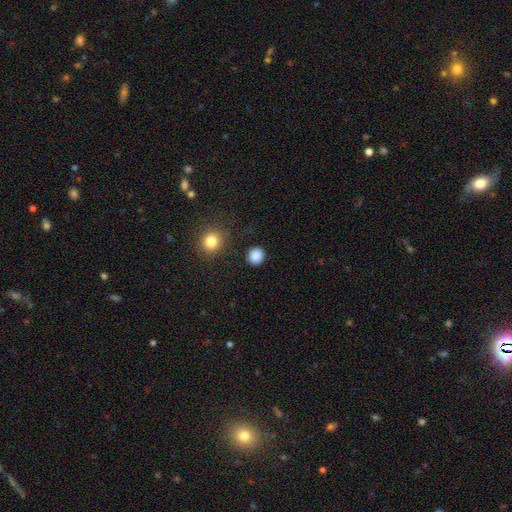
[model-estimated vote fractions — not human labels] smooth_or_featured: smooth (p=0.87) [alt: star or artifact p=0.10]
how_rounded: round (p=0.89) [alt: in between p=0.10]
merging: none (p=0.90) [alt: minor disturbance p=0.06]